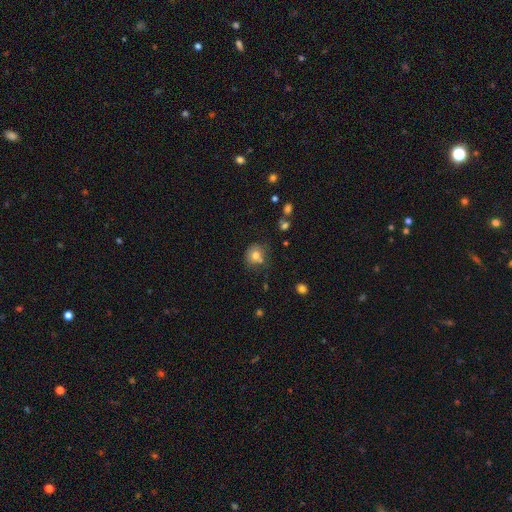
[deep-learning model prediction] Smooth or featured: smooth — 75% (featured or disk — 13%)
How rounded: round — 81% (in between — 18%)
Merging: none — 63% (minor disturbance — 17%)